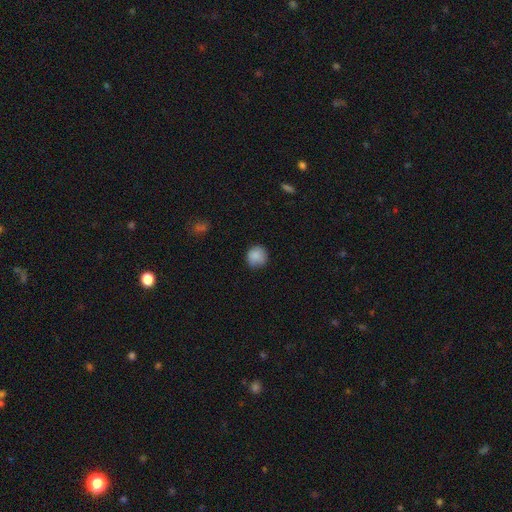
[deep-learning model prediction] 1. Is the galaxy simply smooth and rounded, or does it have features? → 86% smooth, 8% star or artifact, 6% featured or disk.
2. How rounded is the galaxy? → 91% round, 8% in between, 1% cigar-shaped.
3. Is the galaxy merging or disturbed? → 82% none, 14% minor disturbance, 3% major disturbance, 1% merger.